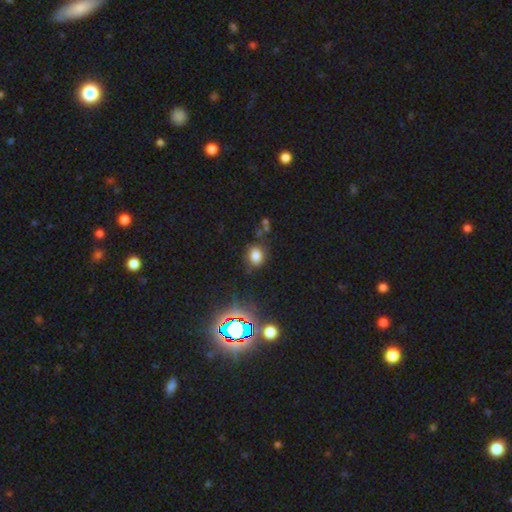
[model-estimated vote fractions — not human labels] A smooth galaxy with no disk features (73%) that is round (50%). Merging: none (78%).